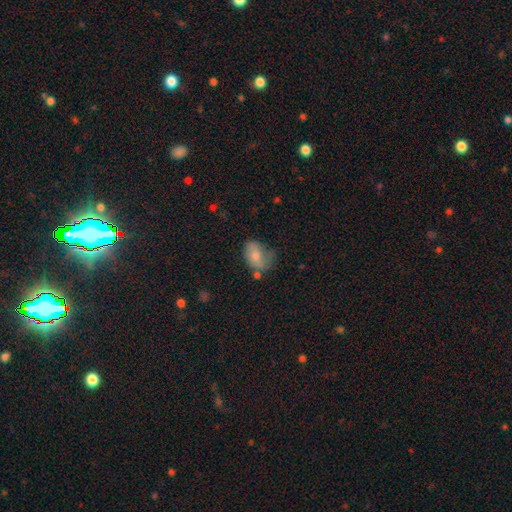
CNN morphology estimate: This appears to be a smooth galaxy with no disk features (67%) that is in between round and cigar-shaped (74%). Merging: none (37%).